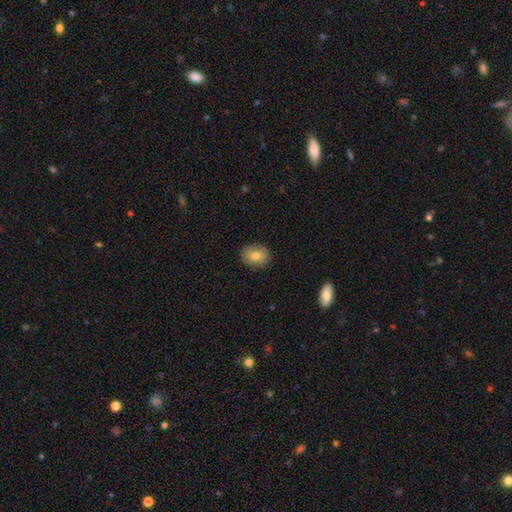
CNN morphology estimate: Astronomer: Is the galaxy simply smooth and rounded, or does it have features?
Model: smooth — 75%.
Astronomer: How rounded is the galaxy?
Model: in between — 52% (runner-up: round, 47%).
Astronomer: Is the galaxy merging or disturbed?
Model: none — 87%.